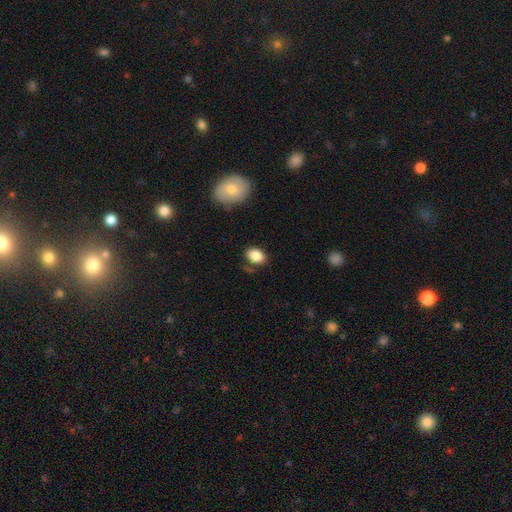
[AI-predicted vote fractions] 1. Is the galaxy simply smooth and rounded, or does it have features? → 86% smooth, 8% star or artifact, 6% featured or disk.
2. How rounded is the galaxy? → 77% in between, 22% round, 1% cigar-shaped.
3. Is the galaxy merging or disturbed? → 77% none, 15% minor disturbance, 4% major disturbance, 4% merger.